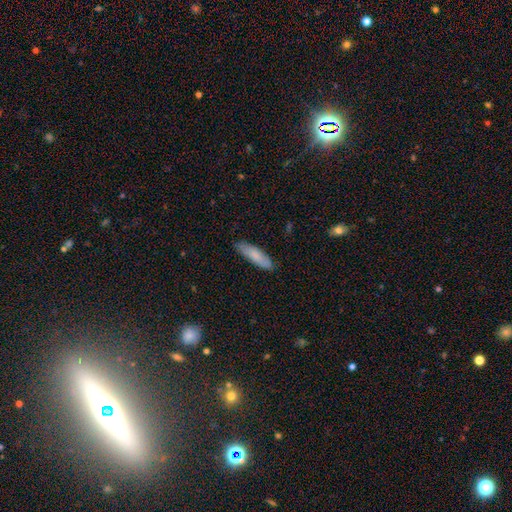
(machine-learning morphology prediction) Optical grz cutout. It shows a smooth galaxy with no disk features (79%) that is cigar-shaped (64%). Merging: none (84%).